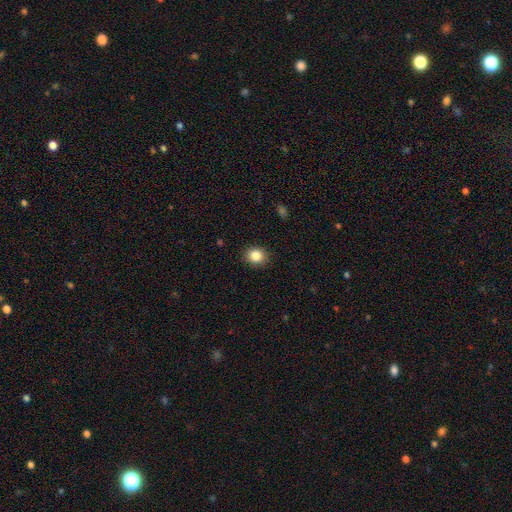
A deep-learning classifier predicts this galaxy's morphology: Smooth or featured? smooth (85%)
How rounded? round (72%)
Merging? none (89%)